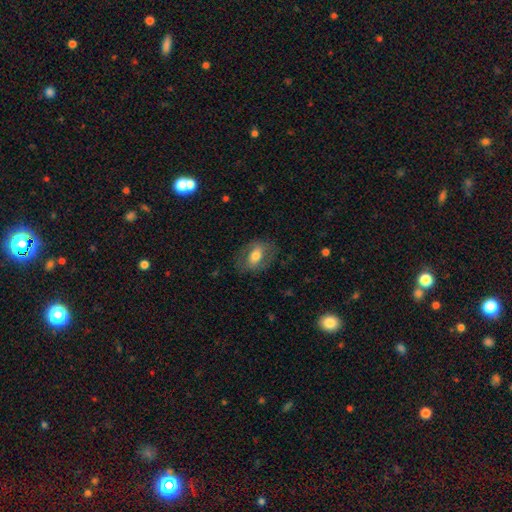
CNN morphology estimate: Overall: smooth (61%; featured or disk 32%). How rounded: in between (78%). Merging: none (75%).